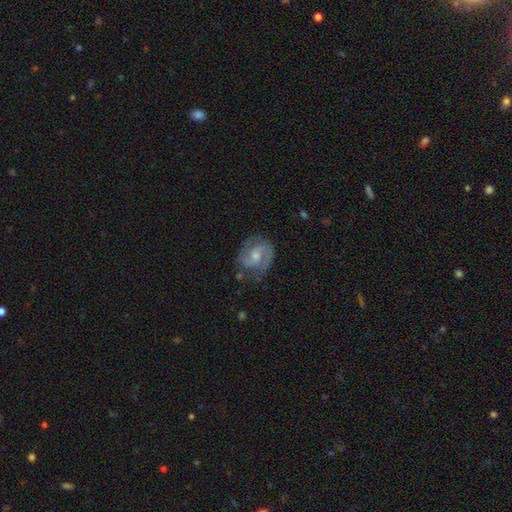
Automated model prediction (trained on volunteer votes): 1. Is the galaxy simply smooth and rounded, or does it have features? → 85% featured or disk, 9% smooth, 6% star or artifact.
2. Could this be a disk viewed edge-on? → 98% no, 2% yes.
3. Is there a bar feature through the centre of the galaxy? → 48% weak, 40% no, 13% strong.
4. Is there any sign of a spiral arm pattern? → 96% yes, 4% no.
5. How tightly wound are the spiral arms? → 52% medium, 35% tight, 13% loose.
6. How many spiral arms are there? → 89% 2, 5% can't tell, 2% 3, 2% 1, 1% 4, 1% more than 4.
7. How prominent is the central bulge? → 53% moderate, 39% small, 4% none, 3% large, 1% dominant.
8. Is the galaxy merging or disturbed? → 75% none, 17% minor disturbance, 6% major disturbance, 2% merger.